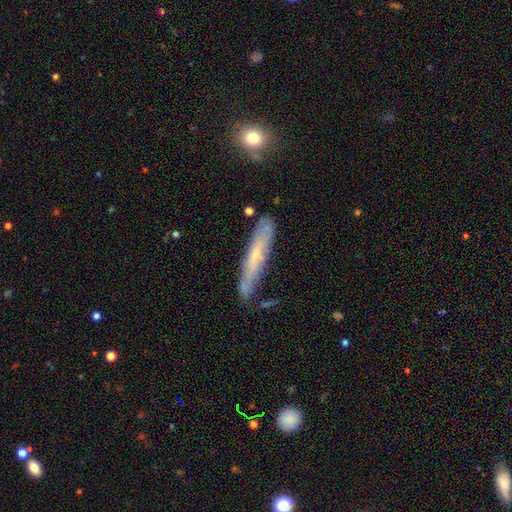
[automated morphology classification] Smooth or featured?
  - smooth: 48% *
  - featured or disk: 45%
  - star or artifact: 7%
Merging?
  - none: 74% *
  - minor disturbance: 19%
  - merger: 4%
  - major disturbance: 4%